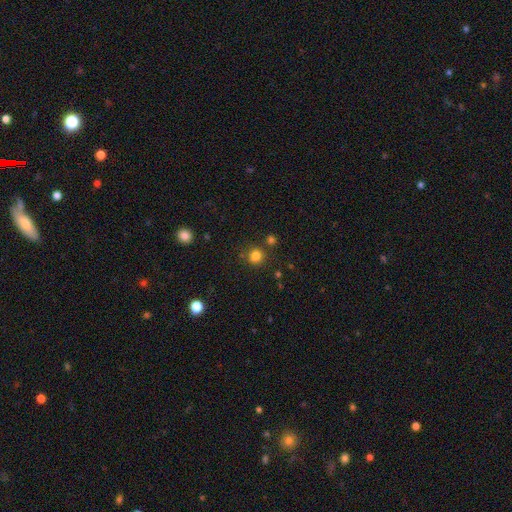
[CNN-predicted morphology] Smooth or featured: smooth — 80% (star or artifact — 15%)
How rounded: round — 90% (in between — 9%)
Merging: none — 81% (minor disturbance — 9%)